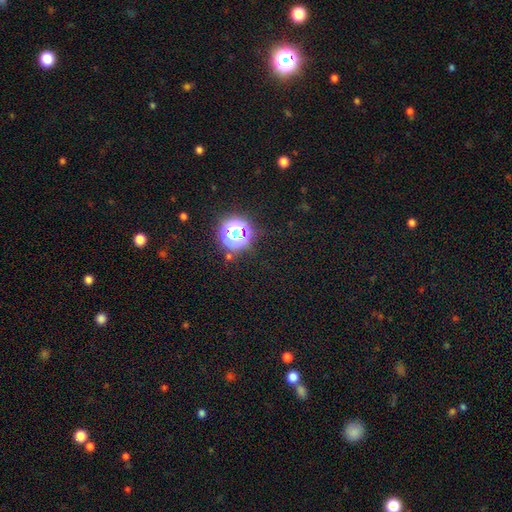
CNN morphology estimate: Smooth or featured?
  - star or artifact: 80% *
  - smooth: 14%
  - featured or disk: 6%